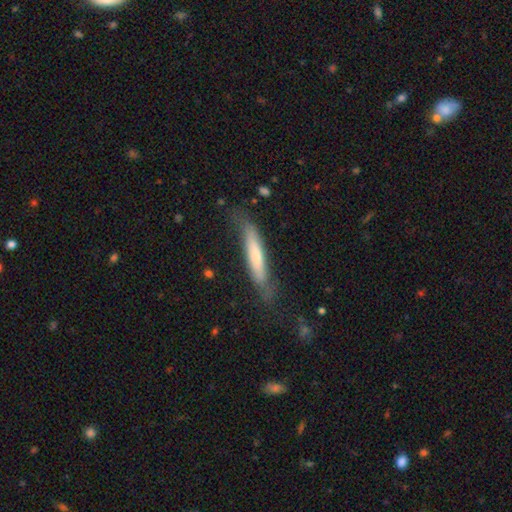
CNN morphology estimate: Smooth or featured: smooth — 57% (featured or disk — 37%)
How rounded: cigar-shaped — 88% (in between — 11%)
Merging: none — 70% (minor disturbance — 21%)